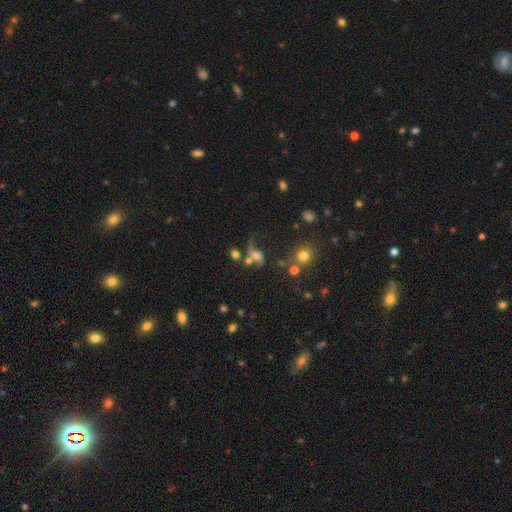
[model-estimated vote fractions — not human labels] This appears to be a featured or disk galaxy (46%). Merging: major disturbance (28%, tied with merger).